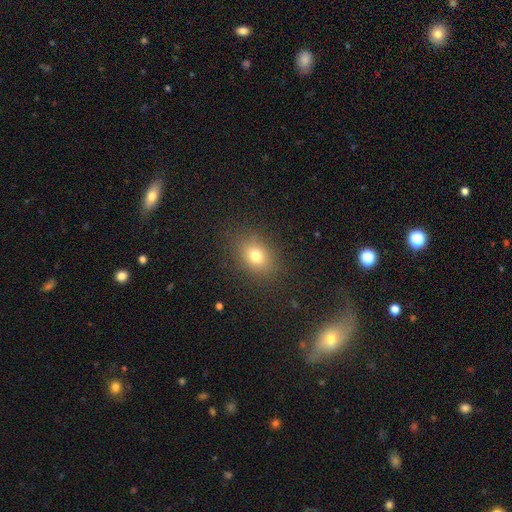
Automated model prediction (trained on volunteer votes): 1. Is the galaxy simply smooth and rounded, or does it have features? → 75% smooth, 14% star or artifact, 10% featured or disk.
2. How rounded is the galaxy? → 59% in between, 39% round, 1% cigar-shaped.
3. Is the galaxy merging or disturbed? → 85% none, 10% minor disturbance, 4% major disturbance, 1% merger.